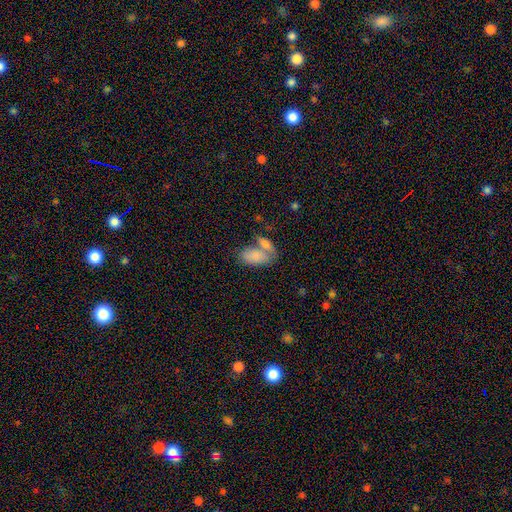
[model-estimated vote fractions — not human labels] smooth 82%, featured or disk 12%, star or artifact 6%. Down the decision tree: how rounded — in between (92%); merging — merger (49%).